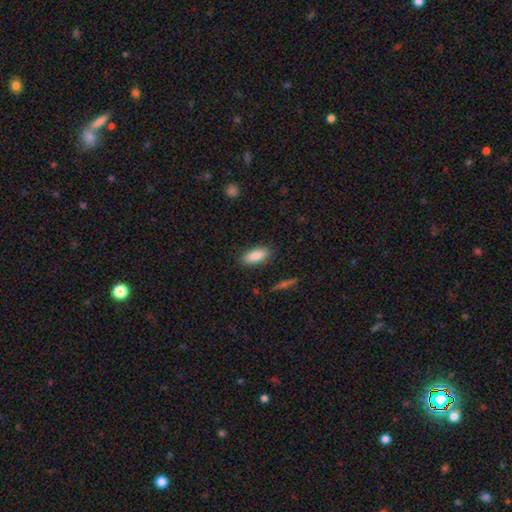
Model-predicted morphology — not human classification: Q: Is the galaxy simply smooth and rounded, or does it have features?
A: smooth — 87%.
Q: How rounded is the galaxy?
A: in between — 83%.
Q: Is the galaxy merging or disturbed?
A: none — 86%.